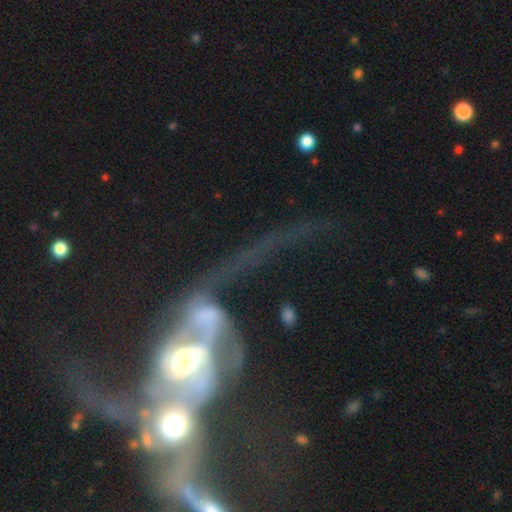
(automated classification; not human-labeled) This appears to be a featured or disk galaxy (74%) with no bar (56%), spiral arms (67%) and a moderate central bulge (56%). Merging: merger (59%).